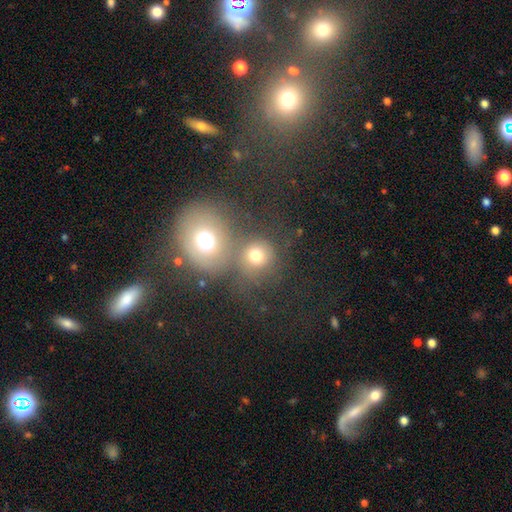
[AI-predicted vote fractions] Smooth or featured? Predicted: smooth (p=0.72). How rounded? Predicted: round (p=0.86). Merging? Predicted: merger (p=0.50).